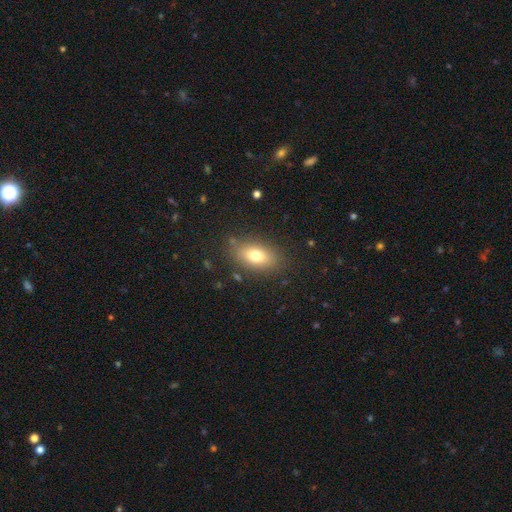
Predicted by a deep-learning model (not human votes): This appears to be a smooth galaxy with no disk features (75%) that is in between round and cigar-shaped (85%). Merging: none (81%).